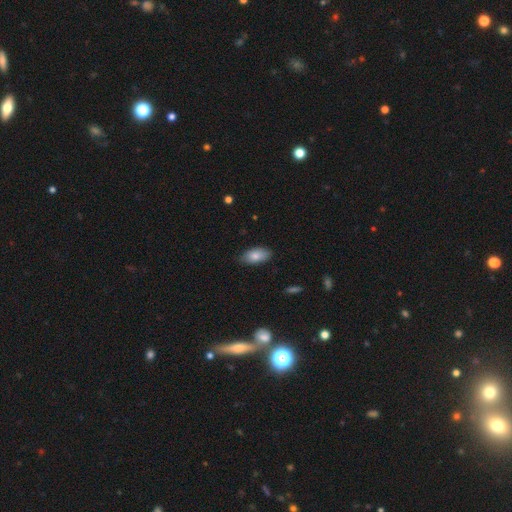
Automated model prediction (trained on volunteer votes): Smooth or featured: smooth — 81% (featured or disk — 12%)
How rounded: in between — 93% (cigar-shaped — 4%)
Merging: none — 82% (minor disturbance — 15%)